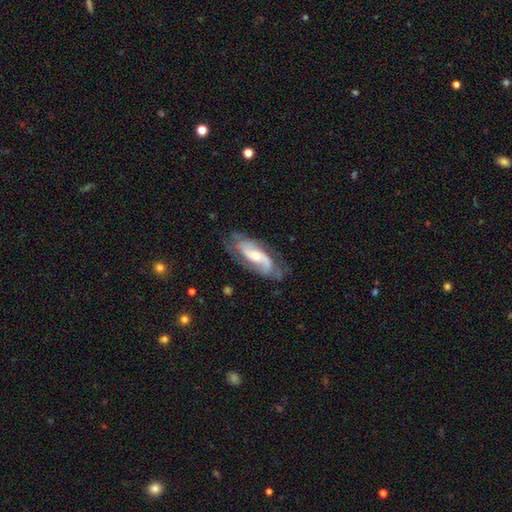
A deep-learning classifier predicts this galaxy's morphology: A featured or disk galaxy (79%) with no bar (49%), 2 (76%) medium (45%) spiral arms (93%) and a moderate central bulge (53%).

Vote fractions:
- Smooth or featured? featured or disk: 79% / smooth: 15% / star or artifact: 6%
- Edge-on disk? no: 91% / yes: 9%
- Bar? no: 49% / weak: 37% / strong: 13%
- Spiral arms? yes: 93% / no: 7%
- Spiral winding? medium: 45% / loose: 30% / tight: 24%
- Spiral arm count? 2: 76% / can't tell: 12% / 1: 6% / 3: 4% / 4: 1% / more than 4: 1%
- Bulge size? moderate: 53% / small: 34% / large: 8% / none: 3% / dominant: 1%
- Merging? none: 66% / minor disturbance: 22% / major disturbance: 11% / merger: 2%